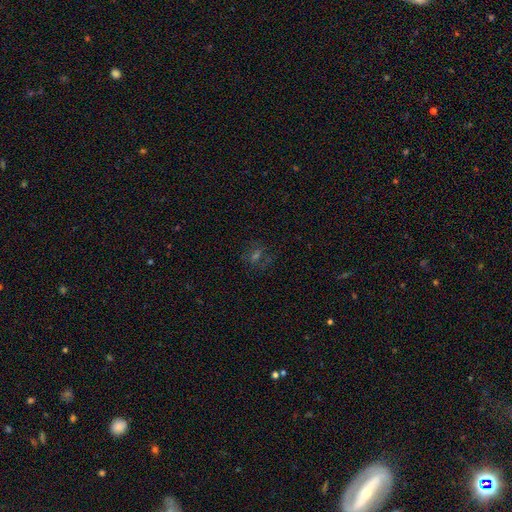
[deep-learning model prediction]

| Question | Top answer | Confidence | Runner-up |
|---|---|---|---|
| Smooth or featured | star or artifact | 38% | smooth (32%) |